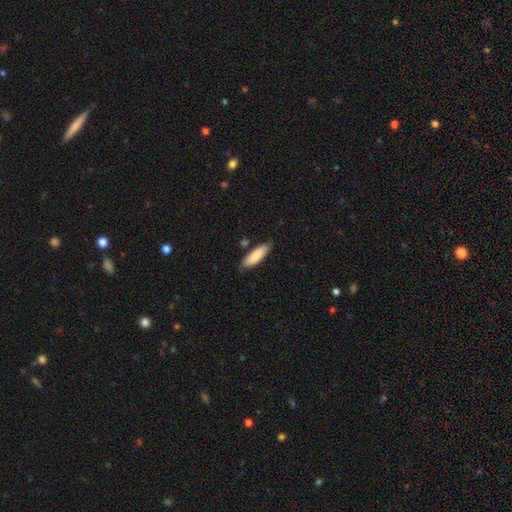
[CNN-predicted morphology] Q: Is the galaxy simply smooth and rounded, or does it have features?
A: smooth — 86%.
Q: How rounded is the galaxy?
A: cigar-shaped — 49%, tied with in between.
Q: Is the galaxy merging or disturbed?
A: none — 80%.